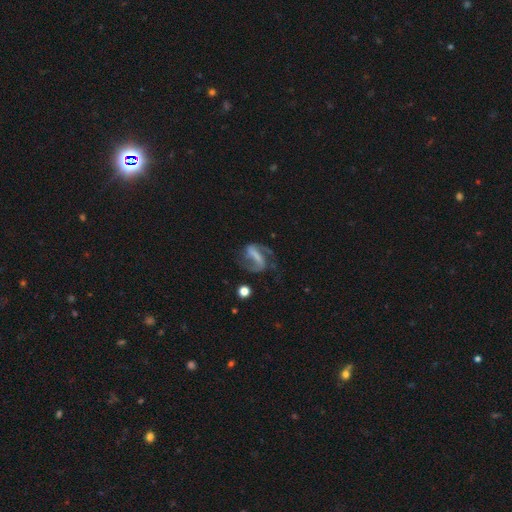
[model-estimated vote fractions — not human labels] This appears to be a featured or disk galaxy (82%) with a strong bar (64%), 2 (88%) medium (48%) spiral arms (93%) and no central bulge (60%). Merging: none (60%).